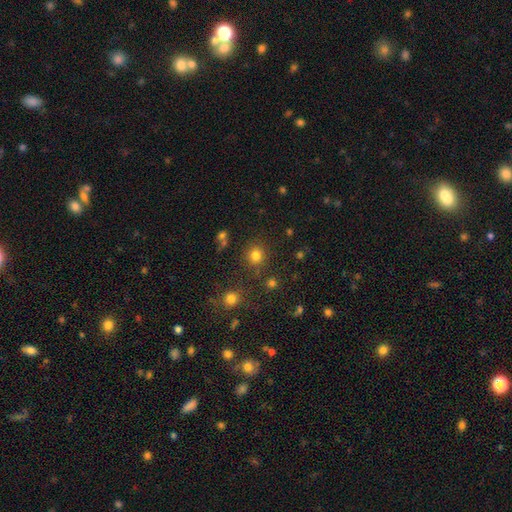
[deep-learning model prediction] This appears to be a smooth galaxy with no disk features (79%) that is round (90%). Merging: none (82%).